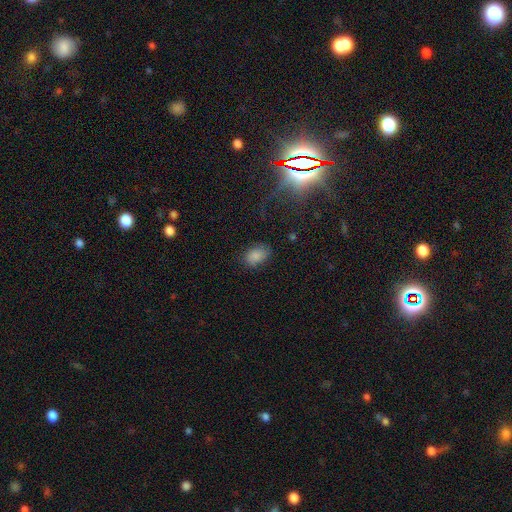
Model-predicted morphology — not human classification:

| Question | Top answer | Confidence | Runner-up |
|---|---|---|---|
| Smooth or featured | smooth | 82% | star or artifact (11%) |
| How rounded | in between | 83% | round (15%) |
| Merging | none | 73% | minor disturbance (19%) |